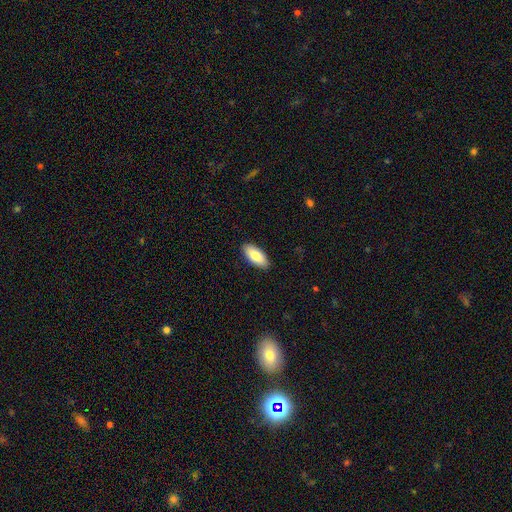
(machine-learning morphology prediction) Overall: smooth (82%). How rounded: in between (88%). Merging: none (90%).